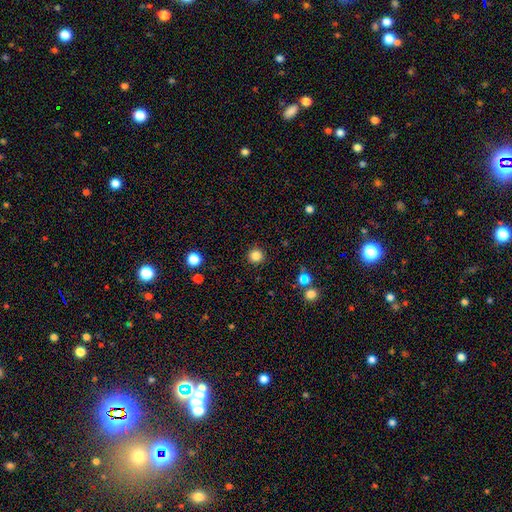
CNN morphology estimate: type=smooth (83%); roundness=round (94%); merging=none (91%).